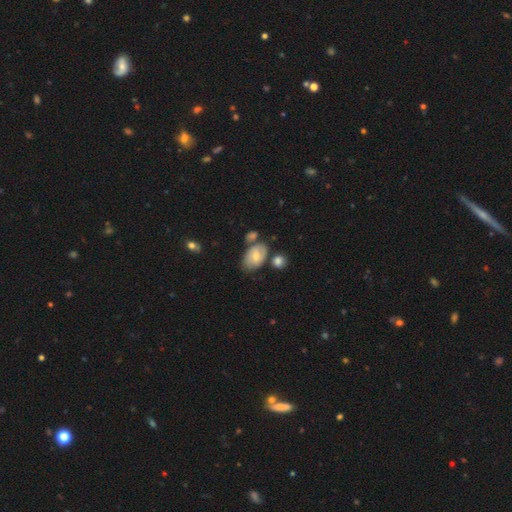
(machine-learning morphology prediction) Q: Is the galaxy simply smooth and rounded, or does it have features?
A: featured or disk — 48%.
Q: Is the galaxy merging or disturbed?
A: none — 55%.